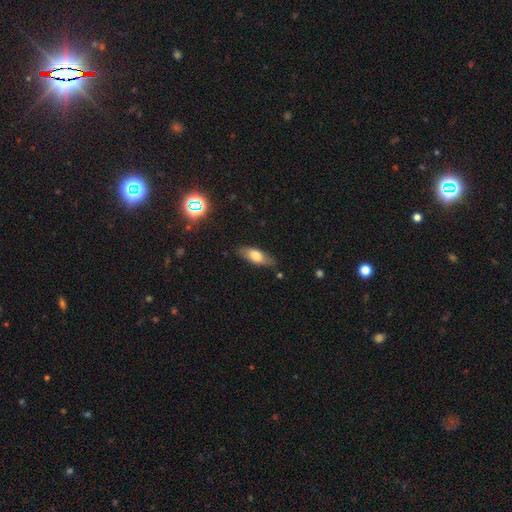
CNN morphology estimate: This appears to be a smooth galaxy with no disk features (70%) that is in between round and cigar-shaped (72%). Merging: none (82%).